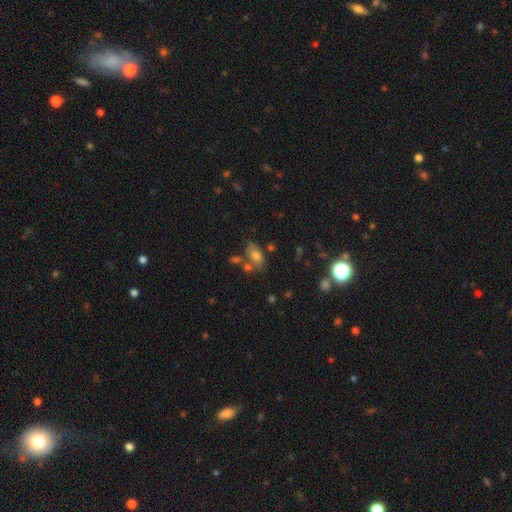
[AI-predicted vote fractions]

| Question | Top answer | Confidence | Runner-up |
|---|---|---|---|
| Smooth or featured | smooth | 70% | featured or disk (18%) |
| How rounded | in between | 86% | round (9%) |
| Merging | none | 54% | merger (21%) |